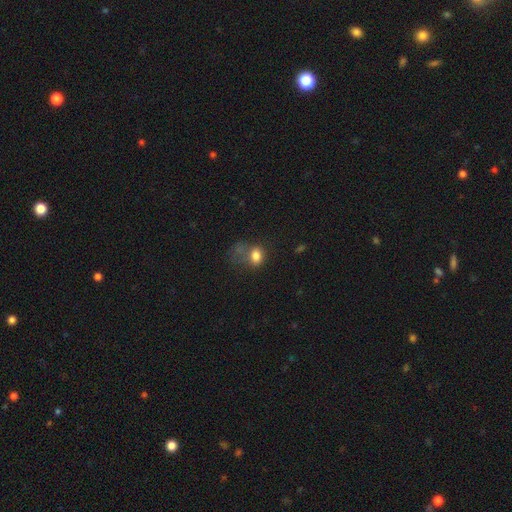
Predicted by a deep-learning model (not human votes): The model was most divided on "merging": major disturbance: 40%, none: 27%, minor disturbance: 22%, merger: 12%. More confident: smooth or featured — smooth (76%); how rounded — in between (70%).